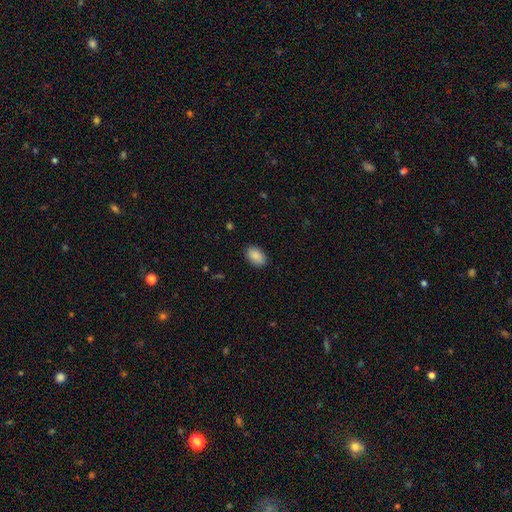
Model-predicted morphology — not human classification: type=smooth (89%); roundness=in between (90%); merging=none (87%).